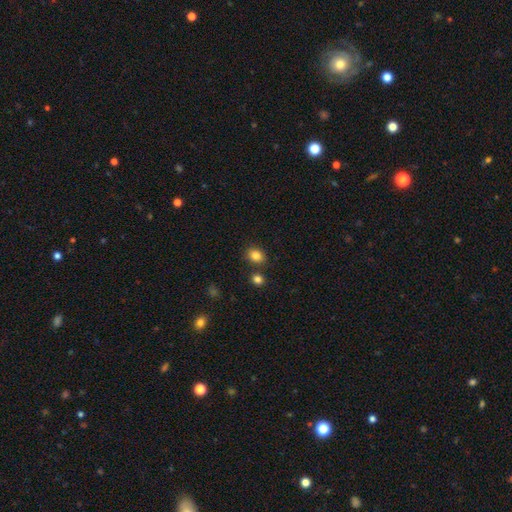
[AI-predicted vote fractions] smooth-or-featured: smooth: 84% | star or artifact: 11% | featured or disk: 5%
  how-rounded: in between: 51% | round: 48% | cigar-shaped: 1%
  merging: none: 80% | minor disturbance: 10% | merger: 8% | major disturbance: 3%